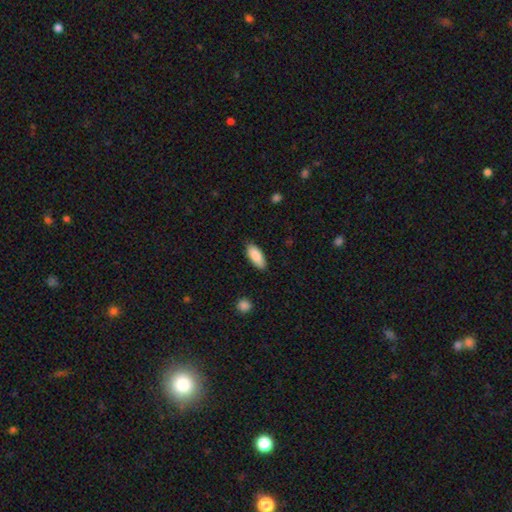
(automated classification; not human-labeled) Smooth or featured? smooth (87%)
How rounded? in between (82%)
Merging? none (86%)